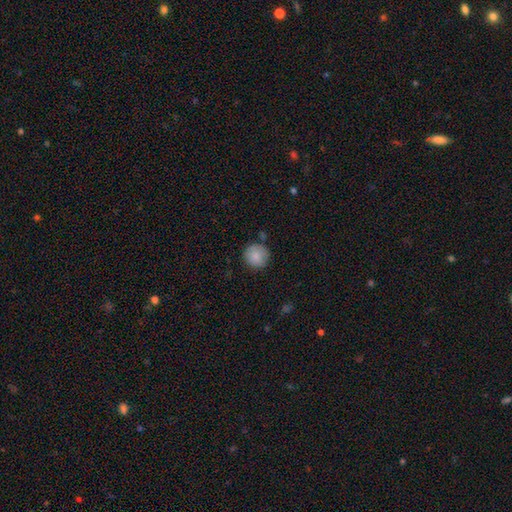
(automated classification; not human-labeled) smooth-or-featured: smooth: 86% | star or artifact: 8% | featured or disk: 6%
  how-rounded: round: 95% | in between: 4% | cigar-shaped: 1%
  merging: none: 84% | minor disturbance: 10% | merger: 3% | major disturbance: 2%